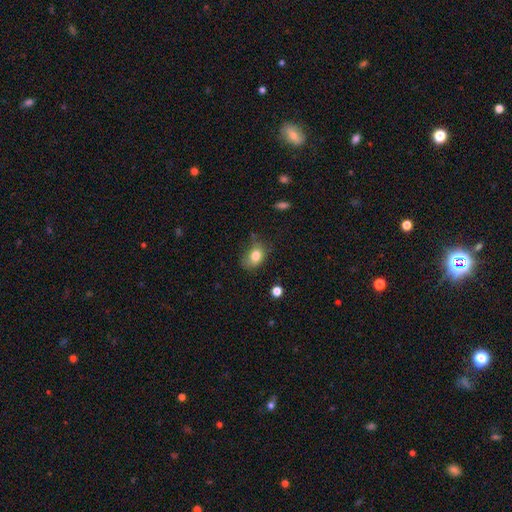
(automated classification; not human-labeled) Overall: smooth (80%). How rounded: in between (70%). Merging: none (51%; minor disturbance 33%).